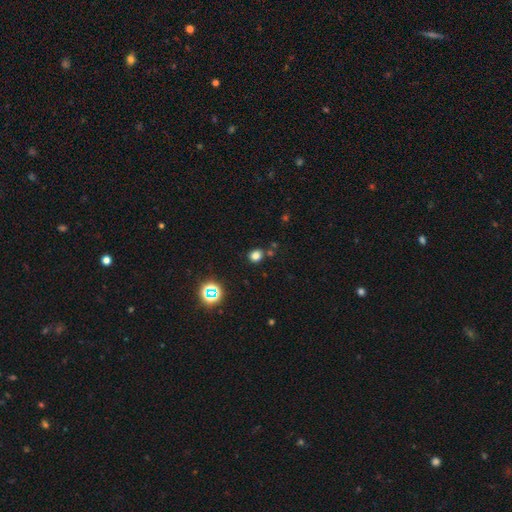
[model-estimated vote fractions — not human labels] smooth 76%, star or artifact 19%, featured or disk 6%. Down the decision tree: how rounded — round (77%); merging — none (80%).